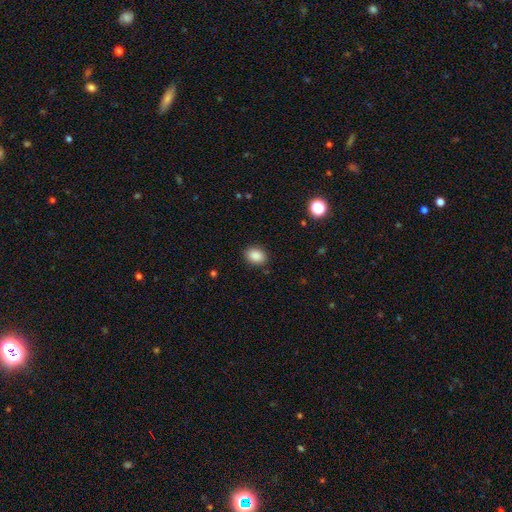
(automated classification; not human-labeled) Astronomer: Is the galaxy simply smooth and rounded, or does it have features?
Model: smooth — 87%.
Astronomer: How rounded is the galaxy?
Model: in between — 69%.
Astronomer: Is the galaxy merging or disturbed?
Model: none — 86%.